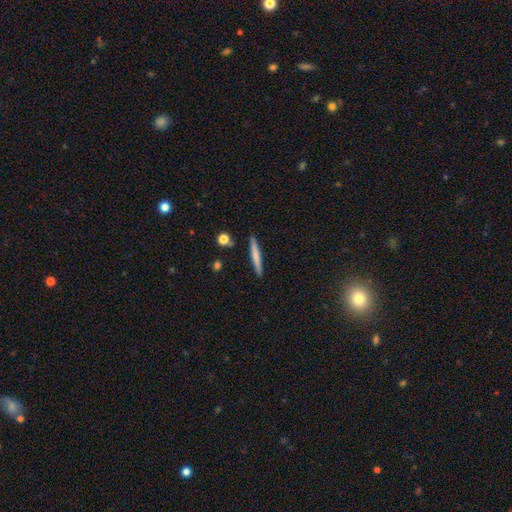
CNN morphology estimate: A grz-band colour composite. It shows a smooth galaxy with no disk features (66%) that is cigar-shaped (95%). Merging: none (89%).